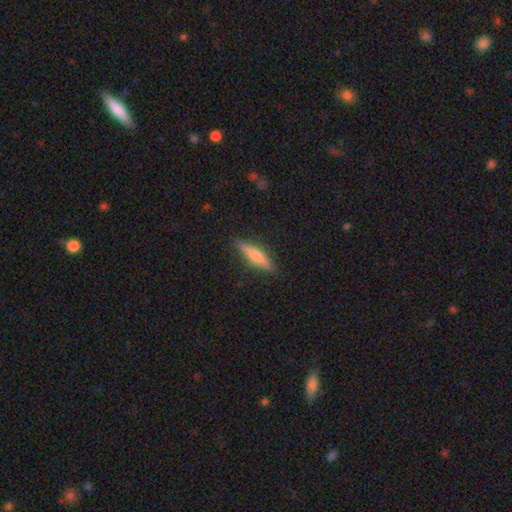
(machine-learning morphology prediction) smooth-or-featured: smooth: 60% | featured or disk: 33% | star or artifact: 6%
  how-rounded: cigar-shaped: 82% | in between: 16% | round: 2%
  merging: none: 87% | minor disturbance: 10% | major disturbance: 2% | merger: 1%